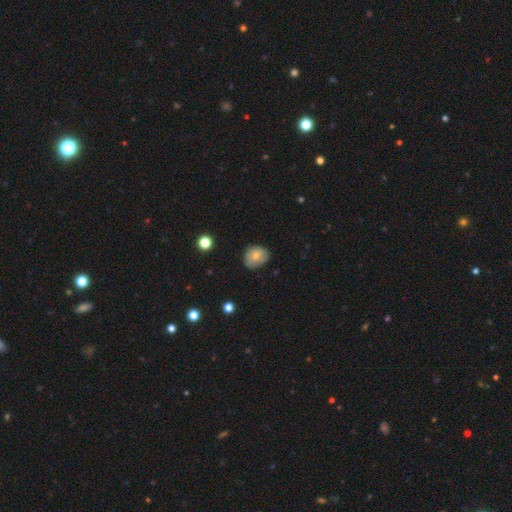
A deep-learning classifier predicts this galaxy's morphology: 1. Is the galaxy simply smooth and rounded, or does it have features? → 72% smooth, 20% featured or disk, 9% star or artifact.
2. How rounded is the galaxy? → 52% round, 47% in between, 1% cigar-shaped.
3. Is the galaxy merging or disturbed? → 64% none, 29% minor disturbance, 5% major disturbance, 2% merger.